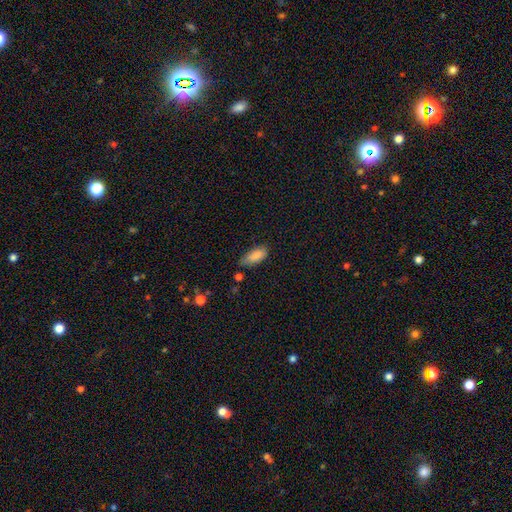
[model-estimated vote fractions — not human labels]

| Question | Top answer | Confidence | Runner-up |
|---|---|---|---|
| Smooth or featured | smooth | 86% | star or artifact (7%) |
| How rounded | in between | 84% | cigar-shaped (14%) |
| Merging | none | 67% | minor disturbance (26%) |